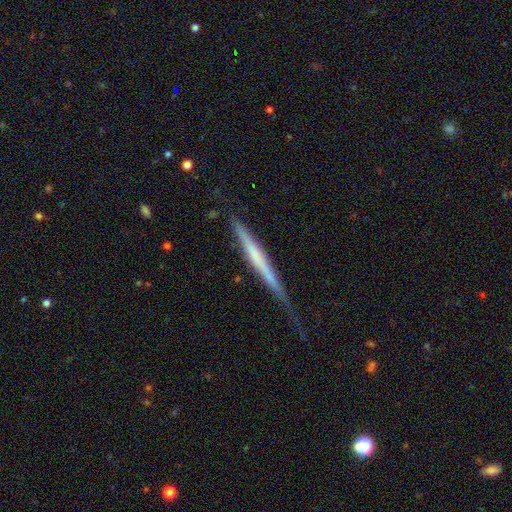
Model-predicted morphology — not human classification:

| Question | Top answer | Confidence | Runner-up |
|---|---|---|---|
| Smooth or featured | featured or disk | 60% | smooth (35%) |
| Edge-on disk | yes | 96% | no (4%) |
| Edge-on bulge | none | 72% | rounded (17%) |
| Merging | none | 63% | minor disturbance (26%) |